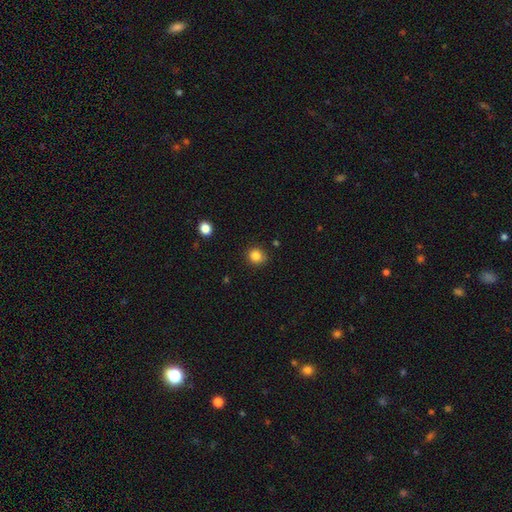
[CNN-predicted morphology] This appears to be a smooth galaxy with no disk features (84%) that is round (86%). Merging: none (86%).